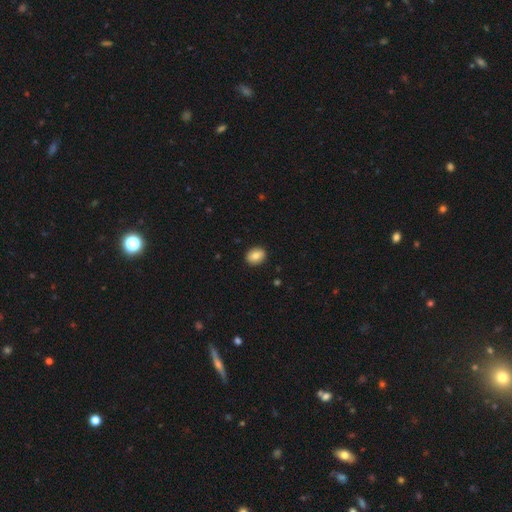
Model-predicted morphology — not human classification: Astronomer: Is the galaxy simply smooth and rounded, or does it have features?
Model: smooth — 83%.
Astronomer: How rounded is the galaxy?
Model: in between — 58% (runner-up: round, 41%).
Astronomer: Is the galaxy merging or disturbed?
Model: none — 90%.